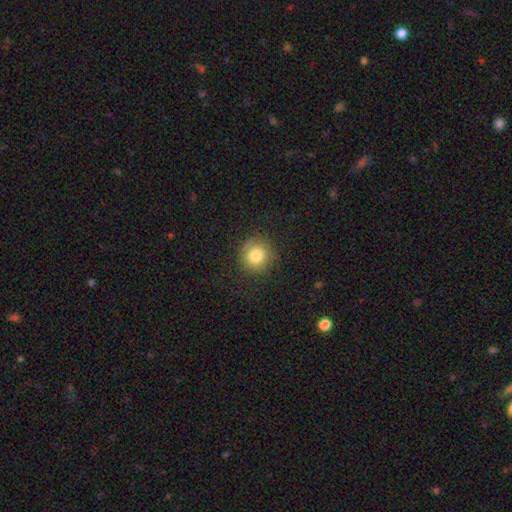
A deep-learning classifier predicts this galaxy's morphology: The model was most divided on "smooth or featured": smooth: 79%, star or artifact: 11%, featured or disk: 10%. More confident: how rounded — round (93%); merging — none (84%).